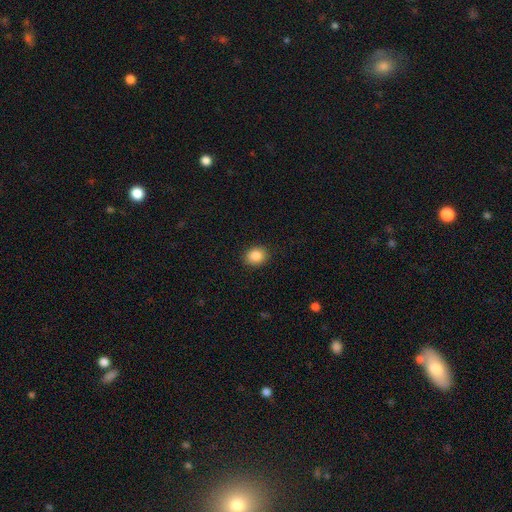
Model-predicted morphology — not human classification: The model was most divided on "how rounded": round: 58%, in between: 41%, cigar-shaped: 1%. More confident: merging — none (90%); smooth or featured — smooth (87%).